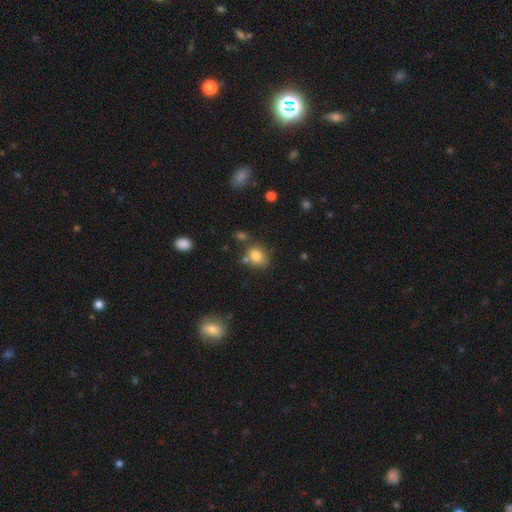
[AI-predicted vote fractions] Overall: smooth (81%). How rounded: round (54%; in between 45%). Merging: none (62%).